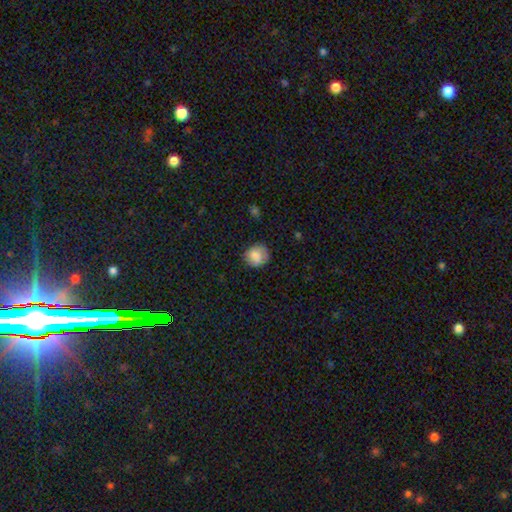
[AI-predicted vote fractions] smooth_or_featured: smooth (p=0.78) [alt: featured or disk p=0.13]
how_rounded: round (p=0.79) [alt: in between p=0.20]
merging: none (p=0.69) [alt: minor disturbance p=0.23]